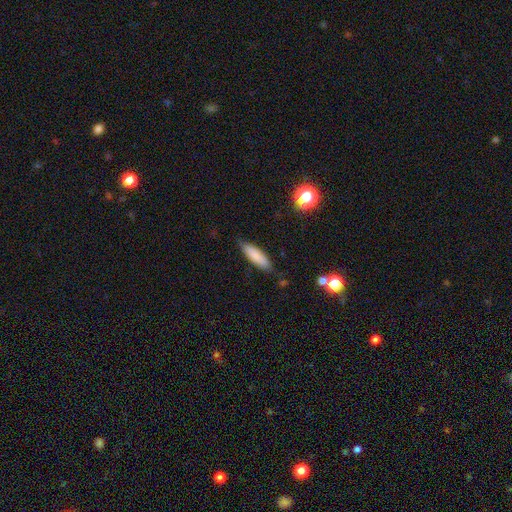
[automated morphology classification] A smooth galaxy with no disk features (83%) that is cigar-shaped (58%).

Vote fractions:
- Smooth or featured? smooth: 83% / featured or disk: 10% / star or artifact: 7%
- How rounded? cigar-shaped: 58% / in between: 41% / round: 2%
- Merging? none: 79% / minor disturbance: 17% / major disturbance: 3% / merger: 2%